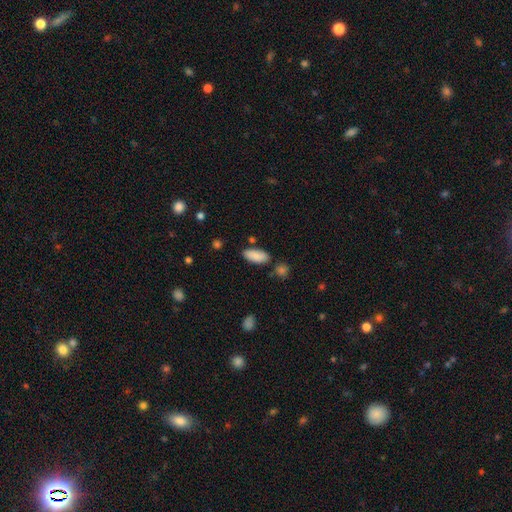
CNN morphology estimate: smooth-or-featured: smooth: 88% | star or artifact: 7% | featured or disk: 6%
  how-rounded: in between: 87% | cigar-shaped: 11% | round: 2%
  merging: none: 78% | minor disturbance: 14% | merger: 5% | major disturbance: 3%